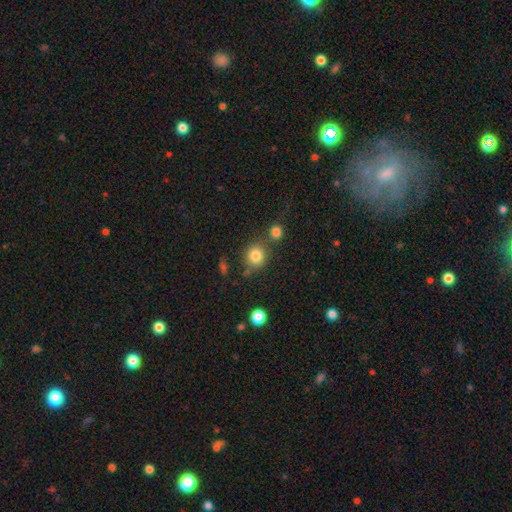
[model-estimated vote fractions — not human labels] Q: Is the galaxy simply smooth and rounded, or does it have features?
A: smooth — 83%.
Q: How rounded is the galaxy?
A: round — 85%.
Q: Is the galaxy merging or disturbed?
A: none — 68%.